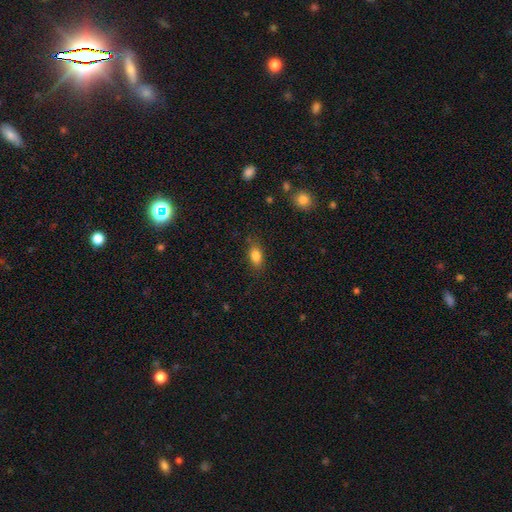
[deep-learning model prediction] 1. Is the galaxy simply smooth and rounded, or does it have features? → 83% smooth, 9% star or artifact, 8% featured or disk.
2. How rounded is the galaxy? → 83% in between, 12% round, 5% cigar-shaped.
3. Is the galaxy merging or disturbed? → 81% none, 14% minor disturbance, 4% major disturbance, 2% merger.